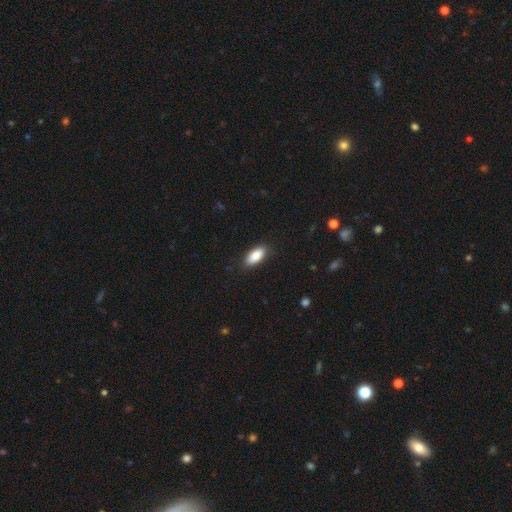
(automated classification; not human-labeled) Smooth or featured? smooth (86%)
How rounded? in between (87%)
Merging? none (85%)